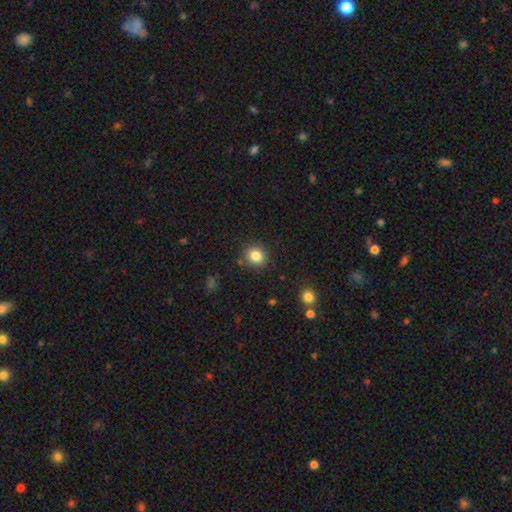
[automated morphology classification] A smooth galaxy with no disk features (83%) that is round (76%). Merging: none (87%).